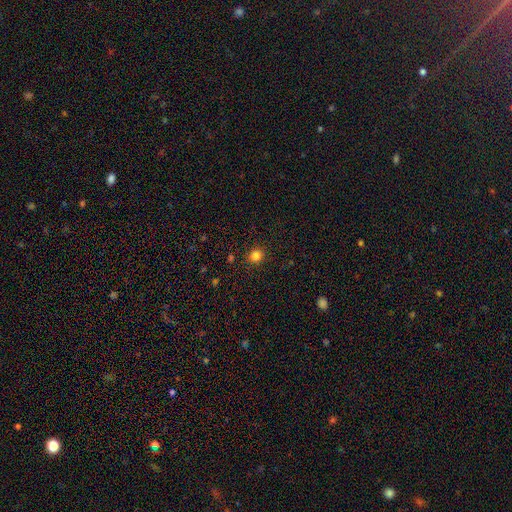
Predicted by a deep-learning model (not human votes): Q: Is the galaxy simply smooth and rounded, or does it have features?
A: smooth — 82%.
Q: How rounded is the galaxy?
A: round — 84%.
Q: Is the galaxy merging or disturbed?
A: none — 91%.